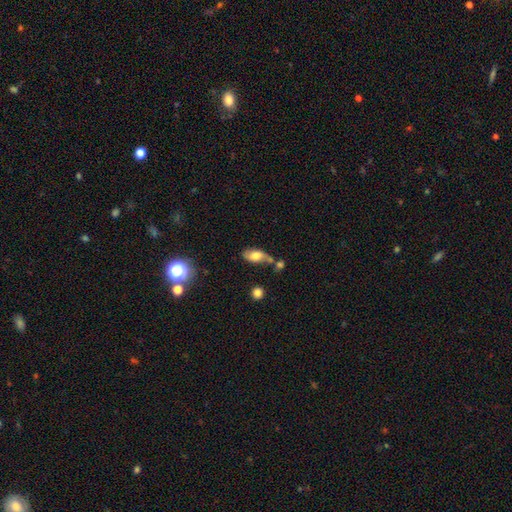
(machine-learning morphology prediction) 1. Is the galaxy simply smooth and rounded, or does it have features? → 64% smooth, 27% featured or disk, 9% star or artifact.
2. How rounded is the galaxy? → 88% in between, 7% cigar-shaped, 5% round.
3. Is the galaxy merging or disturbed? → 47% none, 22% minor disturbance, 21% merger, 10% major disturbance.